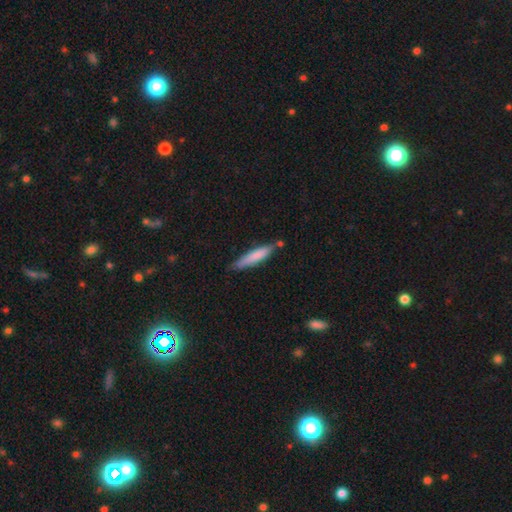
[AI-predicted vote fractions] Morphology: type=smooth (74%); roundness=cigar-shaped (86%); merging=none (72%).